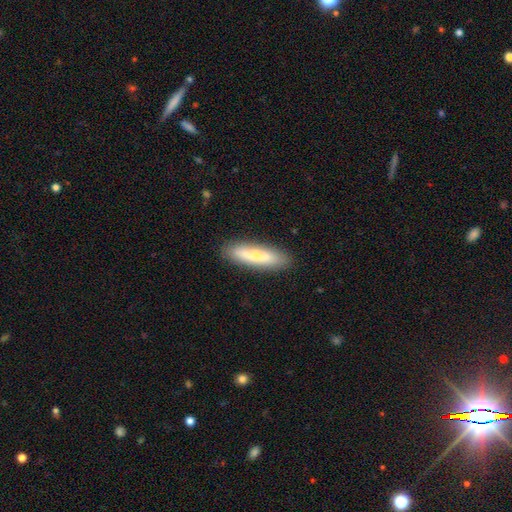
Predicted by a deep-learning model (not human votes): A smooth galaxy with no disk features (67%) that is cigar-shaped (79%). Merging: none (88%).